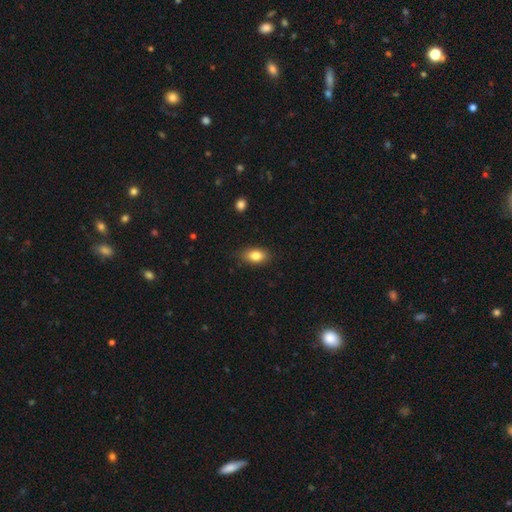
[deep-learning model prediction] Overall: smooth (82%). How rounded: in between (87%). Merging: none (82%).